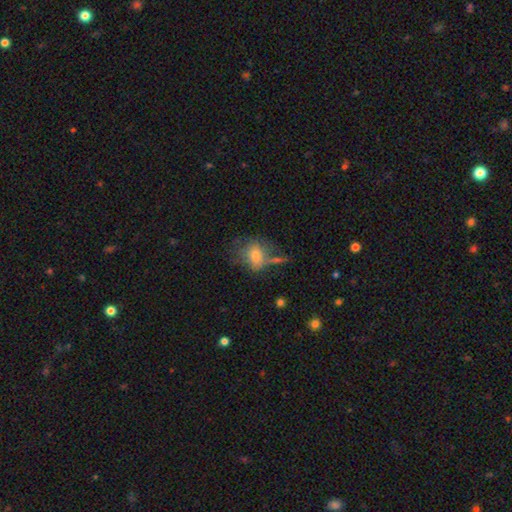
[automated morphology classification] Overall: smooth (69%). How rounded: round (50%; in between 48%). Merging: none (42%; minor disturbance 23%).